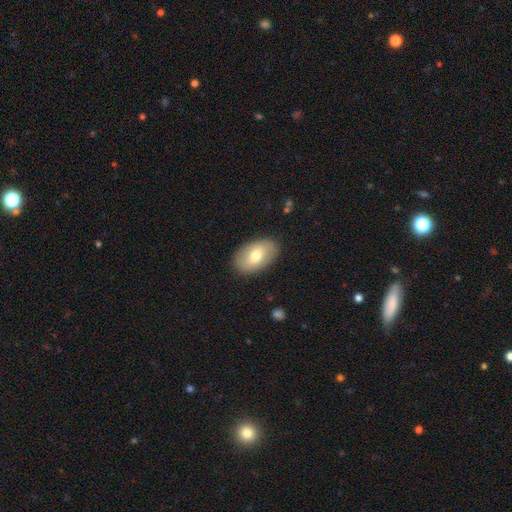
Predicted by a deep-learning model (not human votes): A smooth galaxy with no disk features (70%) that is in between round and cigar-shaped (92%).

Vote fractions:
- Smooth or featured? smooth: 70% / featured or disk: 24% / star or artifact: 6%
- How rounded? in between: 92% / round: 6% / cigar-shaped: 1%
- Merging? none: 87% / minor disturbance: 9% / major disturbance: 3% / merger: 1%